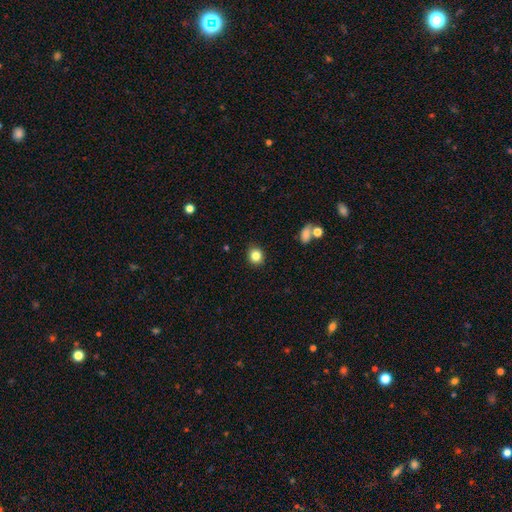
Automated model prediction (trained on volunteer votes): smooth_or_featured: smooth (p=0.83) [alt: star or artifact p=0.11]
how_rounded: round (p=0.79) [alt: in between p=0.20]
merging: none (p=0.90) [alt: minor disturbance p=0.07]